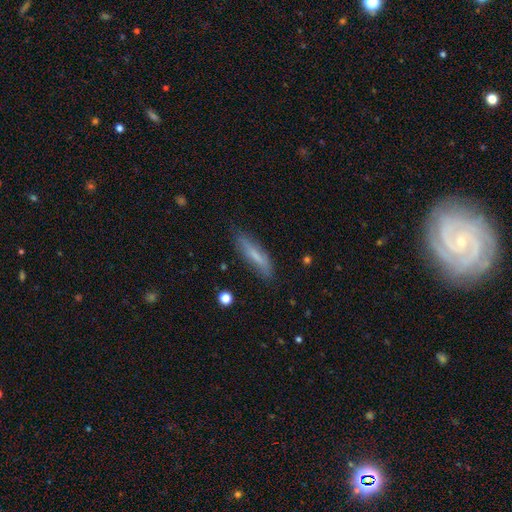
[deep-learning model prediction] The model was most divided on "smooth or featured": smooth: 63%, featured or disk: 30%, star or artifact: 7%. More confident: merging — none (79%); how rounded — cigar-shaped (76%).